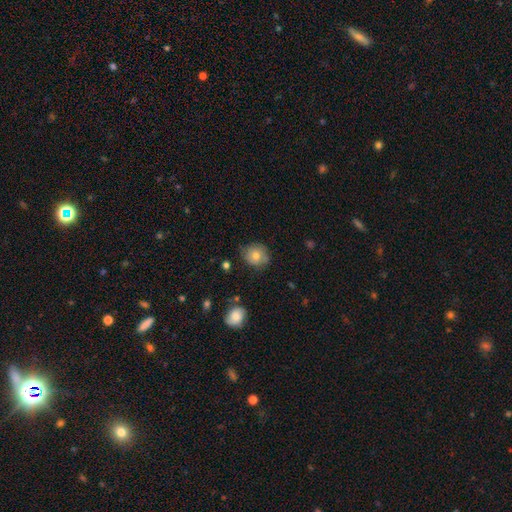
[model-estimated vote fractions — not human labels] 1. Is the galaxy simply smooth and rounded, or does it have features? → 76% smooth, 16% featured or disk, 9% star or artifact.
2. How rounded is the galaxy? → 79% round, 20% in between, 1% cigar-shaped.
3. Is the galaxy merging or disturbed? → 72% none, 22% minor disturbance, 4% major disturbance, 2% merger.